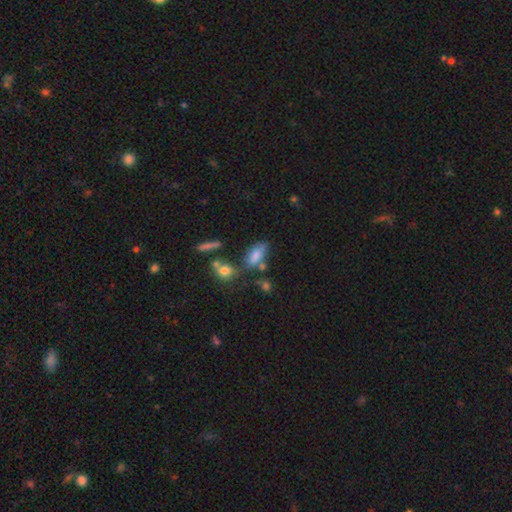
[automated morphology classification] A smooth galaxy with no disk features (75%) that is in between round and cigar-shaped (84%). Merging: none (50%).